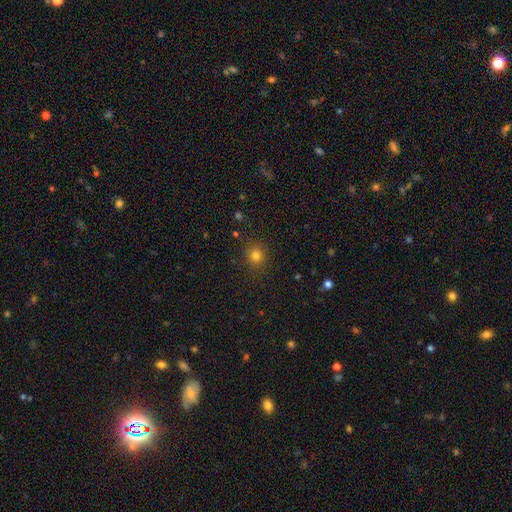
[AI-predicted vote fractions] smooth-or-featured: smooth: 79% | star or artifact: 16% | featured or disk: 5%
  how-rounded: round: 88% | in between: 11% | cigar-shaped: 1%
  merging: none: 89% | minor disturbance: 8% | major disturbance: 3% | merger: 1%